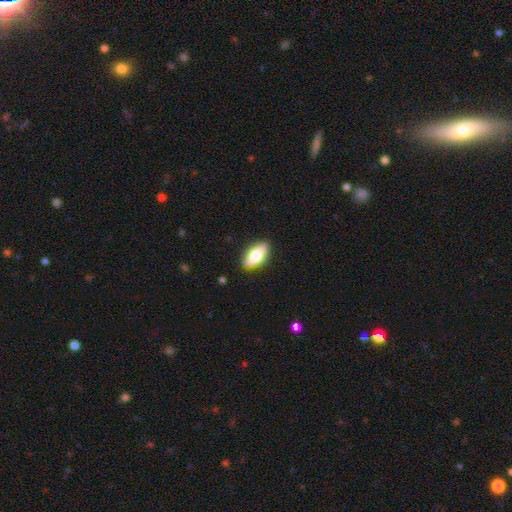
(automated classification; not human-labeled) Q: Smooth or featured?
A: smooth (66%); runner-up: featured or disk (28%)
Q: How rounded?
A: in between (85%); runner-up: cigar-shaped (11%)
Q: Merging?
A: none (86%); runner-up: minor disturbance (11%)